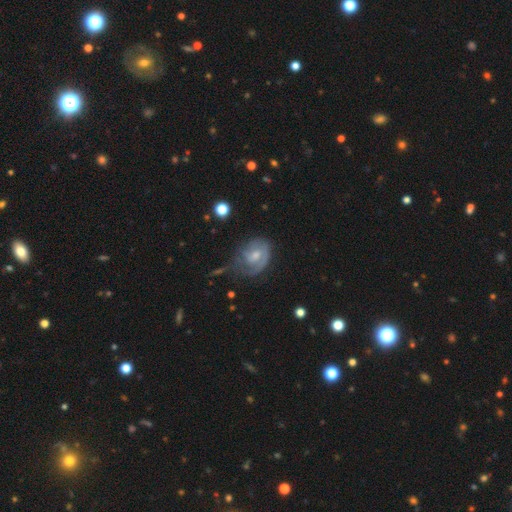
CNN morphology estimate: featured or disk 63%, smooth 29%, star or artifact 8%. Down the decision tree: edge-on disk — no (96%); bar — no (51%); spiral arms — yes (78%); bulge size — moderate (47%); merging — none (42%).